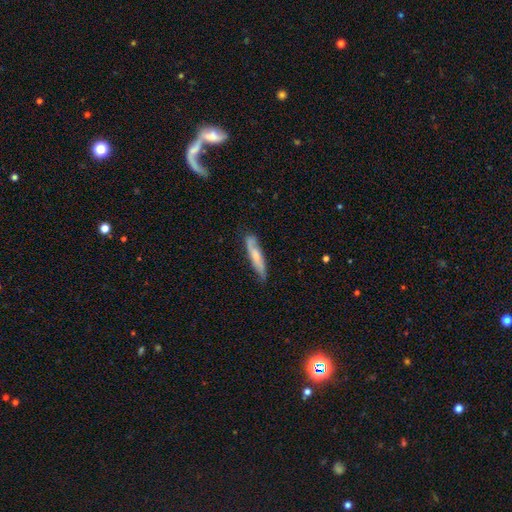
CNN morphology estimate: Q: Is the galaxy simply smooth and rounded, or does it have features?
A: smooth — 51%.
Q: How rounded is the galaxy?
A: cigar-shaped — 85%.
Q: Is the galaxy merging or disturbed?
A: none — 72%.